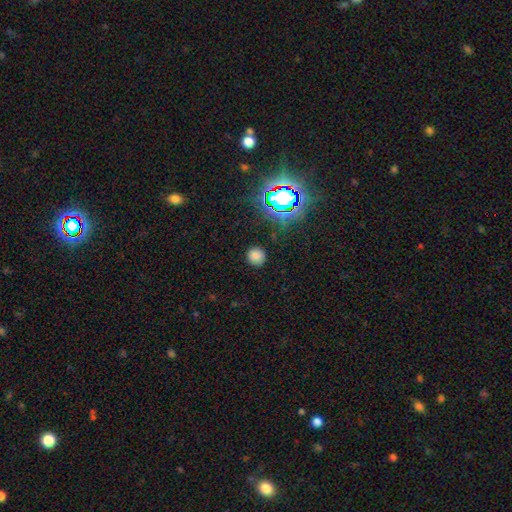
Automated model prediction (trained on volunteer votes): Smooth or featured? smooth (74%)
How rounded? round (90%)
Merging? none (88%)